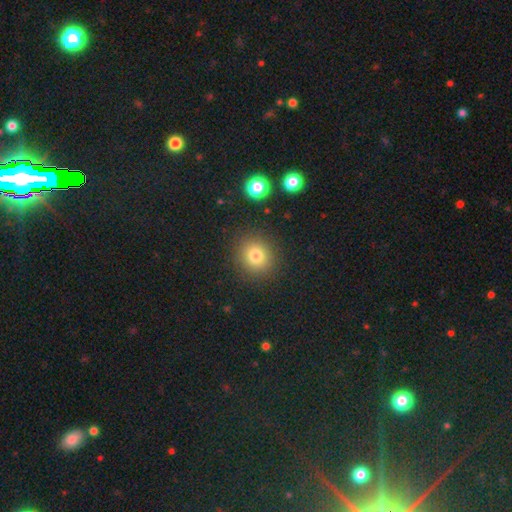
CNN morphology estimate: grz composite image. It shows a smooth galaxy with no disk features (78%) that is round (84%). Merging: none (88%).